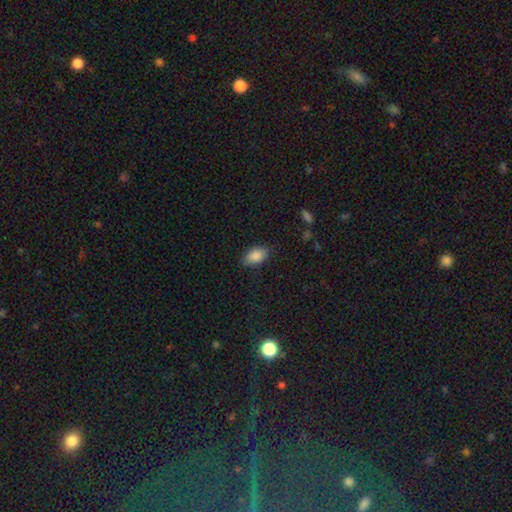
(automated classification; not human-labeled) The model was most divided on "merging": none: 81%, minor disturbance: 15%, major disturbance: 4%, merger: 1%. More confident: how rounded — in between (90%); smooth or featured — smooth (87%).